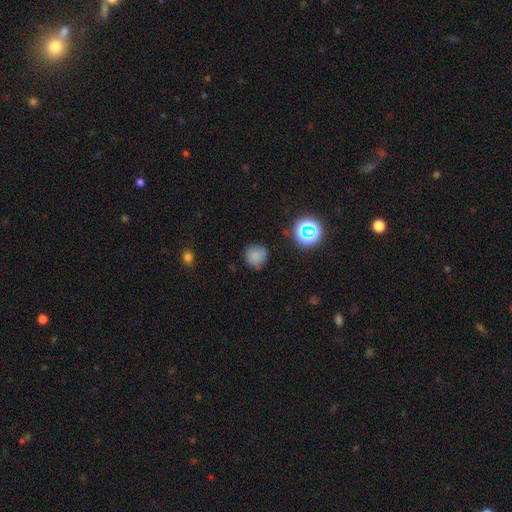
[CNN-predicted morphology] smooth 75%, star or artifact 18%, featured or disk 7%. Down the decision tree: how rounded — round (90%); merging — none (77%).